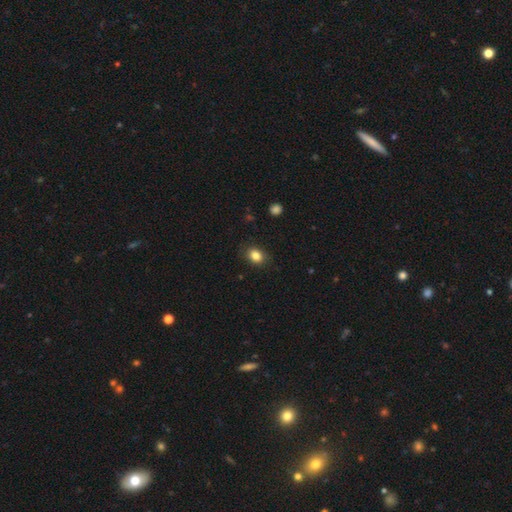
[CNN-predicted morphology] smooth-or-featured: smooth: 85% | star or artifact: 10% | featured or disk: 6%
  how-rounded: in between: 61% | round: 38% | cigar-shaped: 1%
  merging: none: 86% | minor disturbance: 11% | major disturbance: 3% | merger: 1%